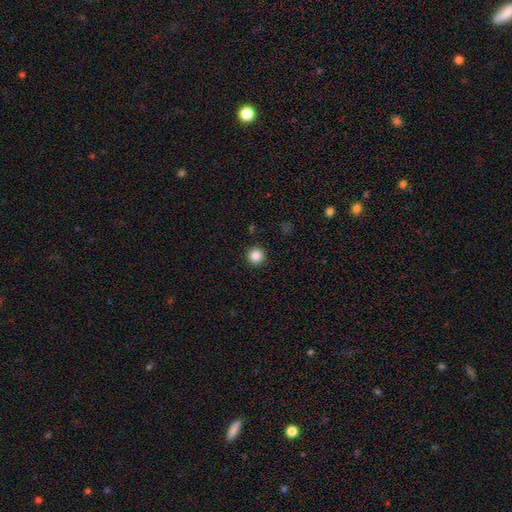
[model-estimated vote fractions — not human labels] A smooth galaxy with no disk features (85%) that is round (96%).

Vote fractions:
- Smooth or featured? smooth: 85% / star or artifact: 11% / featured or disk: 4%
- How rounded? round: 96% / in between: 3% / cigar-shaped: 1%
- Merging? none: 93% / minor disturbance: 5% / major disturbance: 2% / merger: 1%